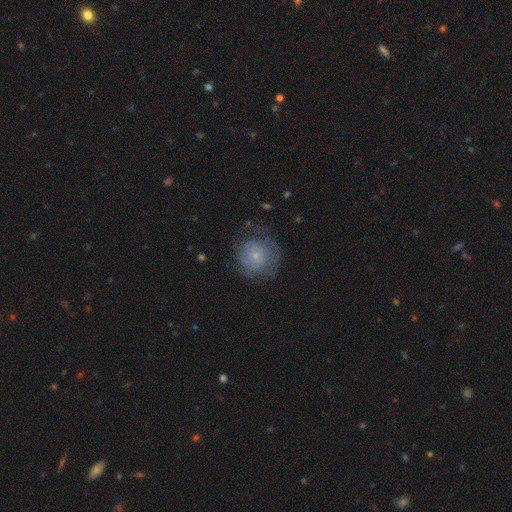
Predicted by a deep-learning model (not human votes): smooth_or_featured: smooth (p=0.49) [alt: featured or disk p=0.42]
merging: none (p=0.63) [alt: minor disturbance p=0.21]